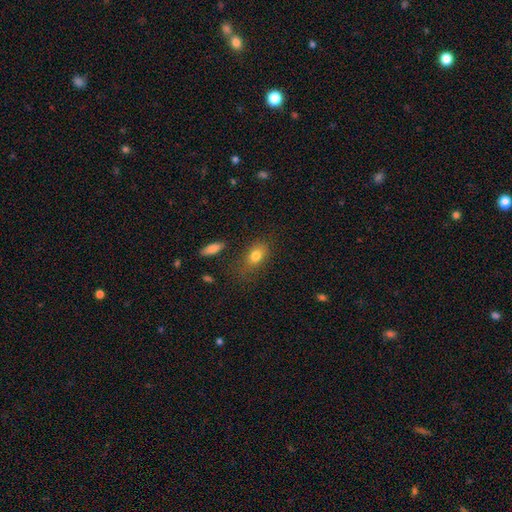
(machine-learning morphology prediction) Overall: smooth (80%). How rounded: in between (78%). Merging: none (69%).